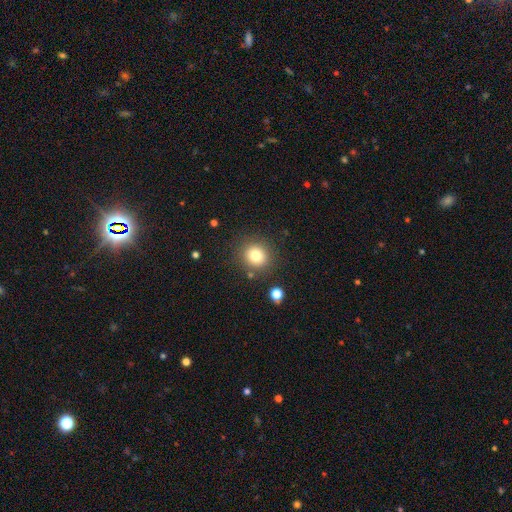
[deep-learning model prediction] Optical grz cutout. It shows a smooth galaxy with no disk features (79%) that is round (89%). Merging: none (85%).